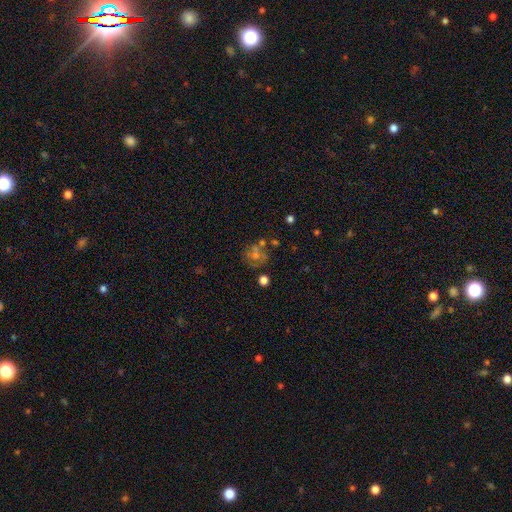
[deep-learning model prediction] This appears to be a smooth galaxy with no disk features (39%). Merging: none (57%).